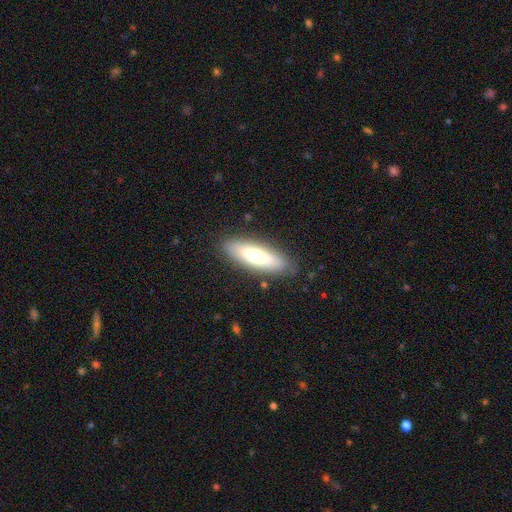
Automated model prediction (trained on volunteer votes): Smooth or featured? smooth (67%)
How rounded? cigar-shaped (50%)
Merging? none (86%)